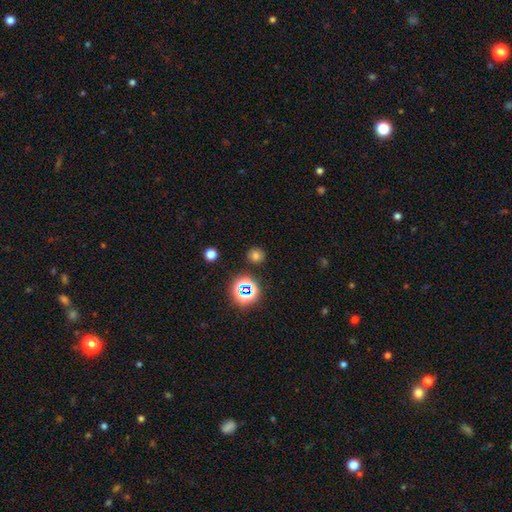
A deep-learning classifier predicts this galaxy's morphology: type=smooth (67%); roundness=round (86%); merging=none (86%).